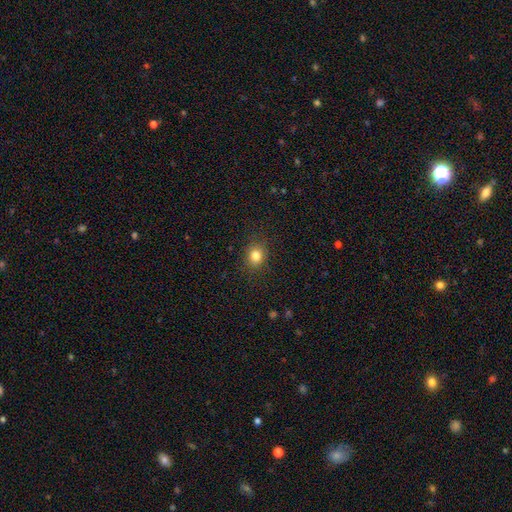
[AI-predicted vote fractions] The model was most divided on "how rounded": round: 68%, in between: 31%, cigar-shaped: 1%. More confident: merging — none (87%); smooth or featured — smooth (82%).